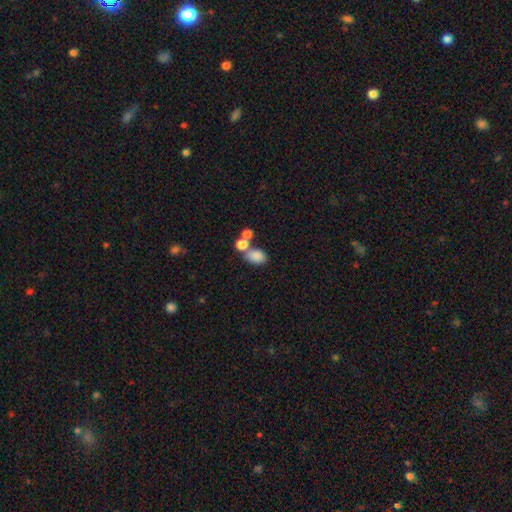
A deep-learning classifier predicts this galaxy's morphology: Smooth or featured? Predicted: smooth (p=0.80). How rounded? Predicted: in between (p=0.77). Merging? Predicted: none (p=0.41, tied with merger).